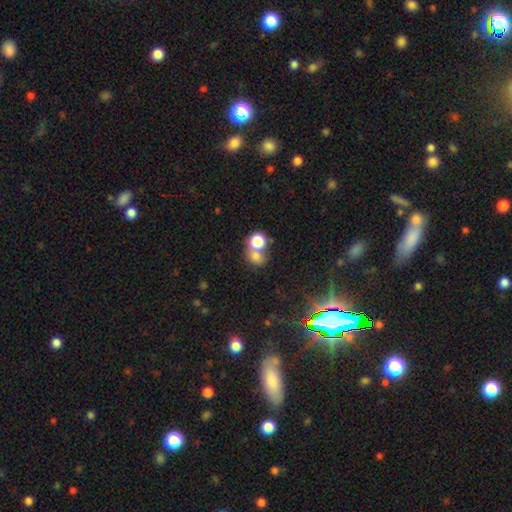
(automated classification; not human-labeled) smooth_or_featured: smooth (p=0.73) [alt: star or artifact p=0.16]
how_rounded: round (p=0.72) [alt: in between p=0.27]
merging: merger (p=0.51) [alt: none p=0.38]